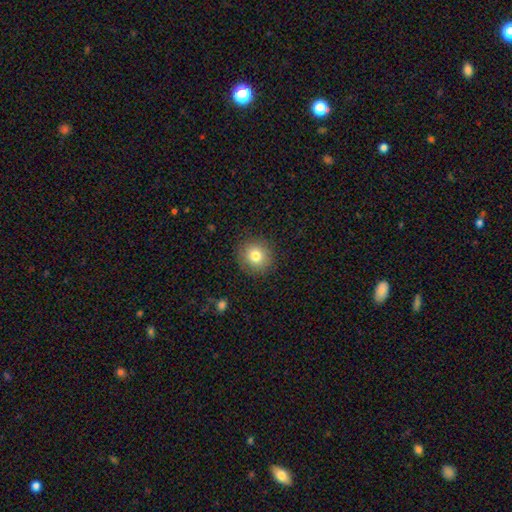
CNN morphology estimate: A smooth galaxy with no disk features (79%) that is round (89%).

Vote fractions:
- Smooth or featured? smooth: 79% / star or artifact: 11% / featured or disk: 10%
- How rounded? round: 89% / in between: 10% / cigar-shaped: 1%
- Merging? none: 88% / minor disturbance: 8% / major disturbance: 3% / merger: 1%